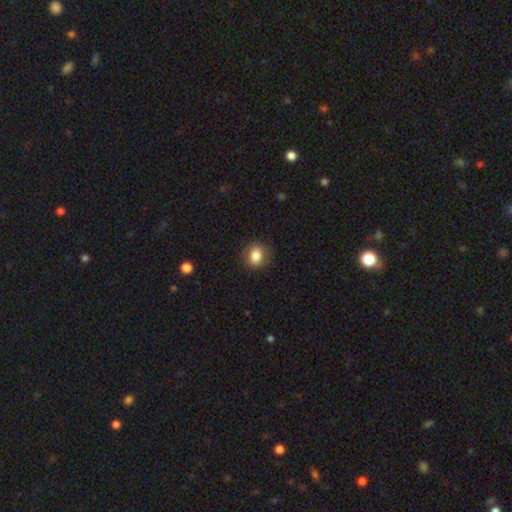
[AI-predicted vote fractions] Smooth or featured? smooth (84%)
How rounded? round (61%)
Merging? none (86%)